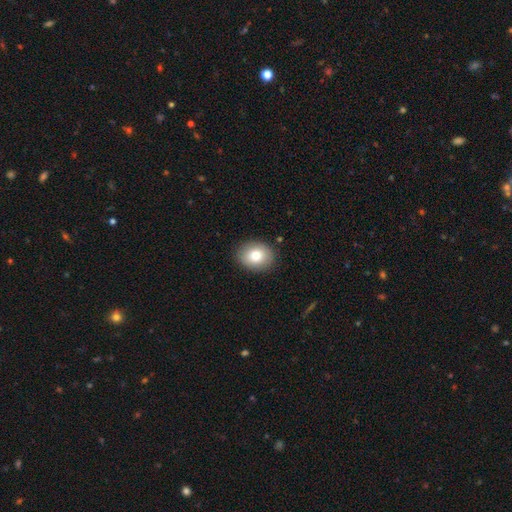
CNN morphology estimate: smooth 78%, featured or disk 13%, star or artifact 9%. Down the decision tree: how rounded — in between (51%); merging — none (88%).